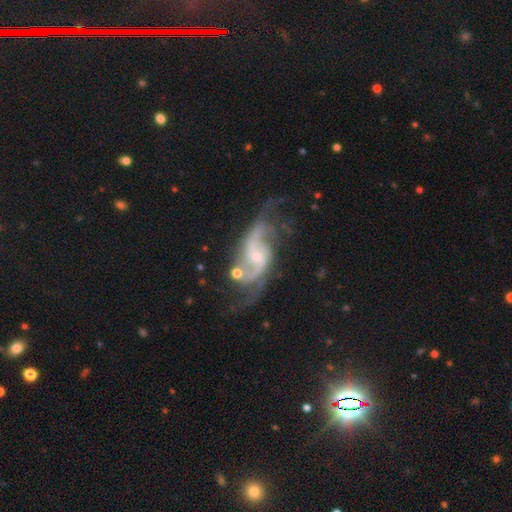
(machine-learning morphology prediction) Smooth or featured?
  - featured or disk: 89% *
  - star or artifact: 6%
  - smooth: 5%
Edge-on disk?
  - no: 97% *
  - yes: 3%
Bar?
  - weak: 49% *
  - no: 36%
  - strong: 15%
Spiral arms?
  - yes: 96% *
  - no: 4%
Spiral winding?
  - loose: 54% *
  - medium: 37%
  - tight: 9%
Spiral arm count?
  - 2: 83% *
  - can't tell: 6%
  - 3: 5%
  - 1: 3%
  - 4: 2%
  - more than 4: 2%
Bulge size?
  - small: 57% *
  - moderate: 24%
  - none: 15%
  - large: 2%
  - dominant: 1%
Merging?
  - none: 51% *
  - minor disturbance: 20%
  - major disturbance: 20%
  - merger: 10%